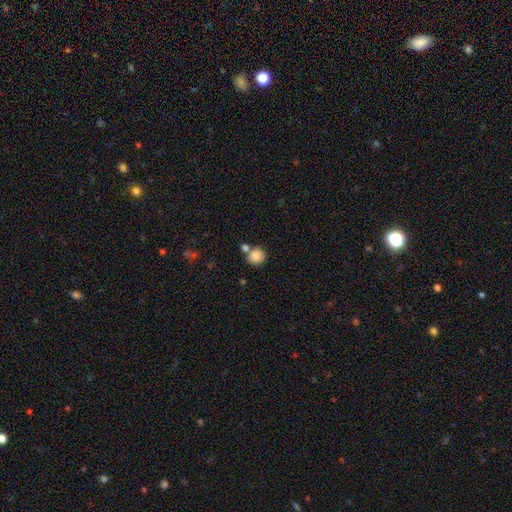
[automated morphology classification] This appears to be a smooth galaxy with no disk features (83%) that is round (91%). Merging: none (63%).